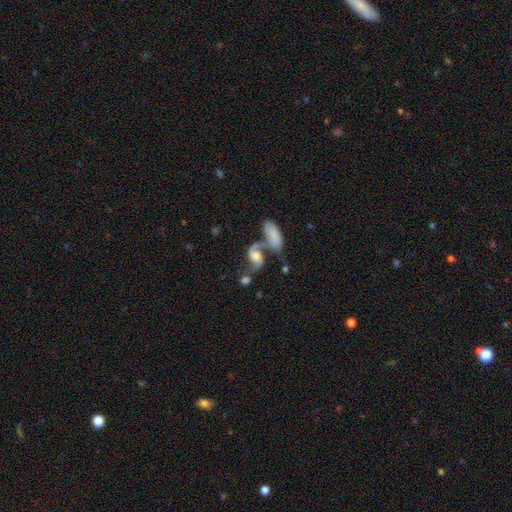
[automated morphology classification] smooth_or_featured: featured or disk (p=0.70) [alt: smooth p=0.22]
disk_edge_on: no (p=0.95) [alt: yes p=0.05]
bar: no (p=0.62) [alt: weak p=0.30]
has_spiral_arms: yes (p=0.92) [alt: no p=0.08]
spiral_winding: loose (p=0.53) [alt: medium p=0.37]
spiral_arm_count: 2 (p=0.89) [alt: 1 p=0.05]
bulge_size: moderate (p=0.44) [alt: large p=0.26]
merging: merger (p=0.43) [alt: none p=0.33]